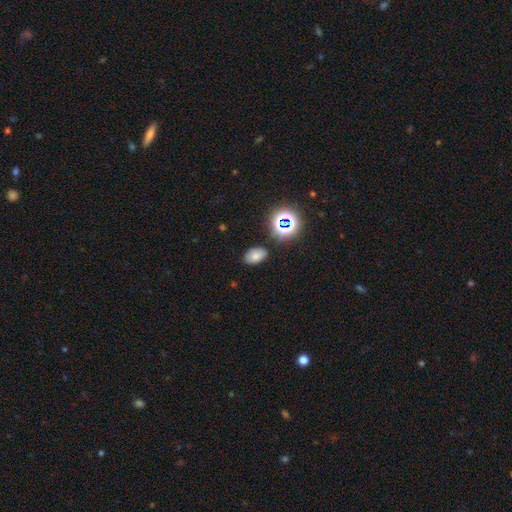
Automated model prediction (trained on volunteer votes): The model was most divided on "smooth or featured": smooth: 72%, star or artifact: 19%, featured or disk: 9%. More confident: how rounded — in between (87%); merging — none (83%).